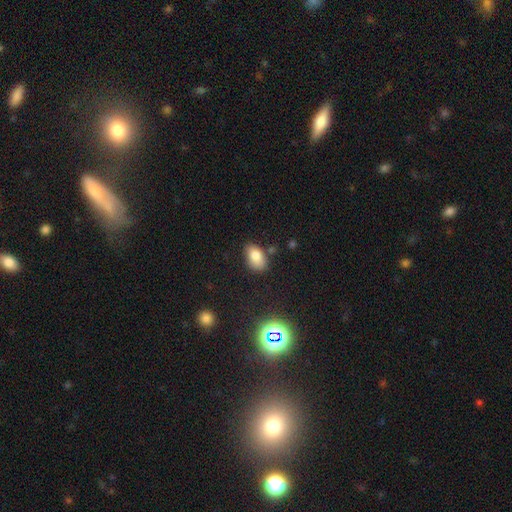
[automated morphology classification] smooth 80%, star or artifact 10%, featured or disk 10%. Down the decision tree: how rounded — in between (89%); merging — none (70%).